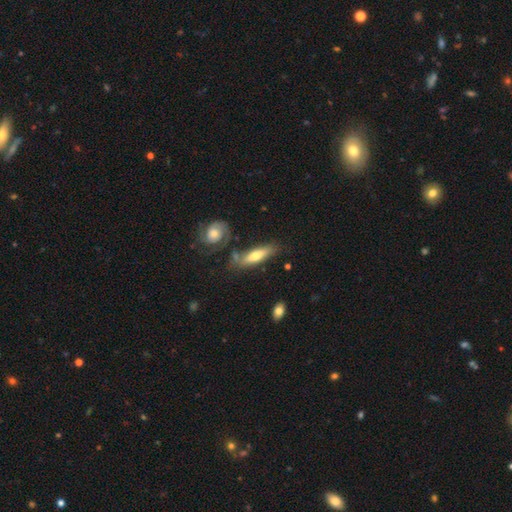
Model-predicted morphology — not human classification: This appears to be a smooth galaxy with no disk features (54%) that is cigar-shaped (60%). Merging: none (63%).